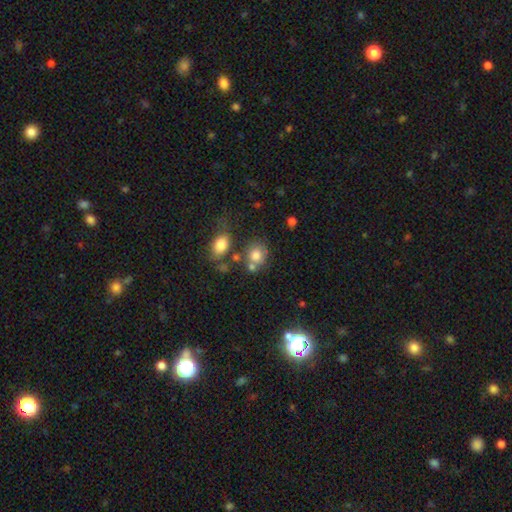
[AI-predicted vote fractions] Morphology: type=smooth (78%); roundness=round (69%); merging=none (55%).